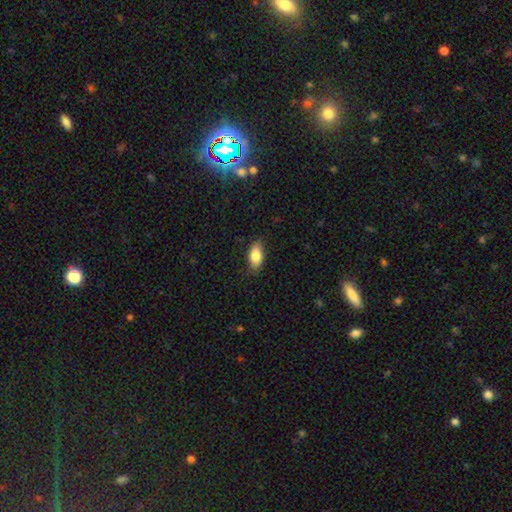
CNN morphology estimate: A smooth galaxy with no disk features (84%) that is in between round and cigar-shaped (90%).

Vote fractions:
- Smooth or featured? smooth: 84% / featured or disk: 9% / star or artifact: 7%
- How rounded? in between: 90% / cigar-shaped: 5% / round: 5%
- Merging? none: 80% / minor disturbance: 16% / major disturbance: 3% / merger: 1%